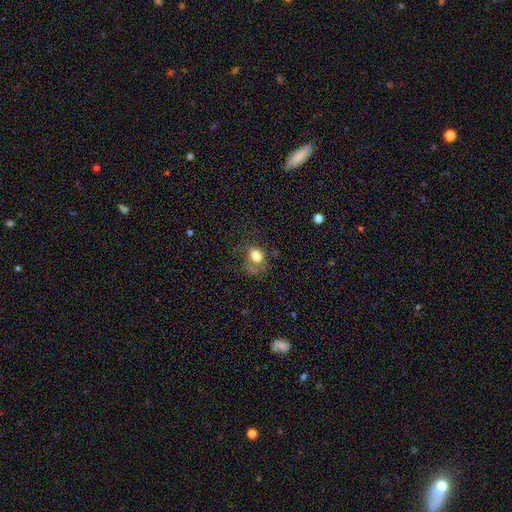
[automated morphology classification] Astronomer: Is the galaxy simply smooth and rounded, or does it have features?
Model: smooth — 71%.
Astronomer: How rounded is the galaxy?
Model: in between — 56% (runner-up: round, 43%).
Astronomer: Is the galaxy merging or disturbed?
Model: none — 46% (runner-up: major disturbance, 26%).